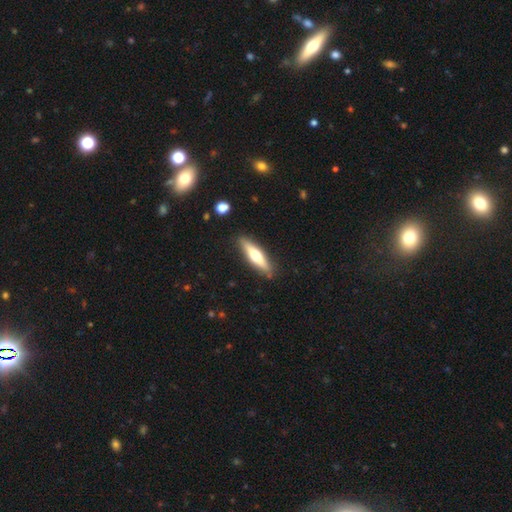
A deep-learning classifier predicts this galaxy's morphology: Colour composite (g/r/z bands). It shows a featured or disk galaxy (51%) viewed edge-on (92%). Merging: none (88%).